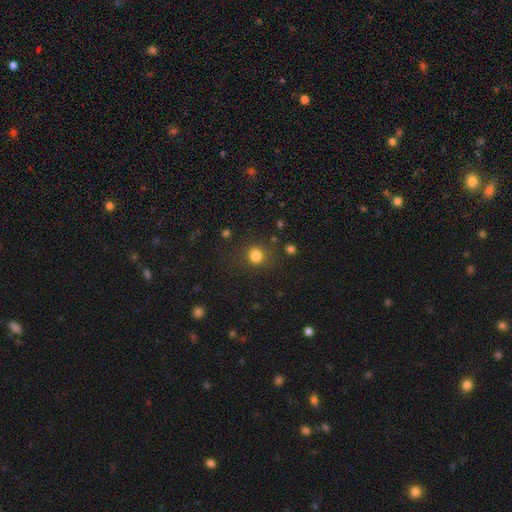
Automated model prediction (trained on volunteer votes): The model was most divided on "smooth or featured": smooth: 83%, star or artifact: 13%, featured or disk: 5%. More confident: how rounded — round (88%); merging — none (83%).